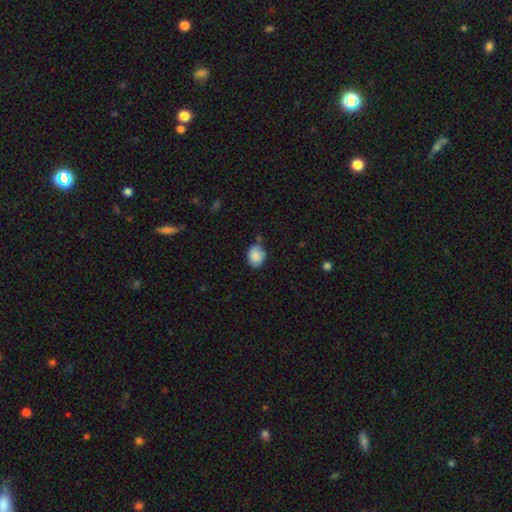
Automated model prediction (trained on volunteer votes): Smooth or featured? smooth (85%)
How rounded? round (54%)
Merging? none (73%)